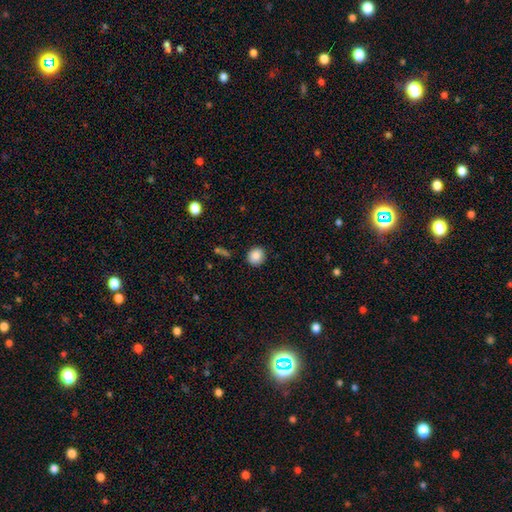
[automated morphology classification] This is clearly a smooth galaxy (86%). How rounded: clearly round (85%). Merging: clearly none (90%).